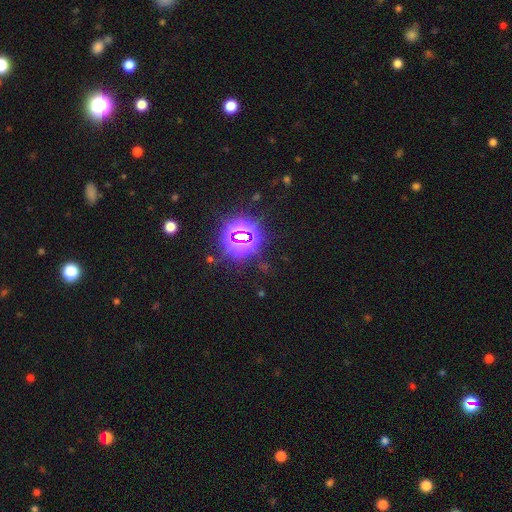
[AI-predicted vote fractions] Overall: star or artifact (82%).